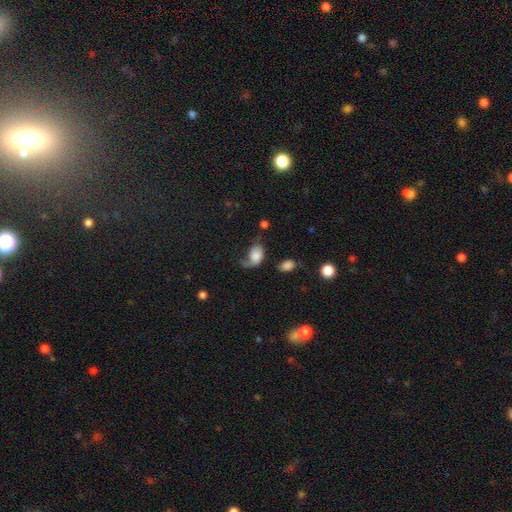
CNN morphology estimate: Overall: smooth (67%). How rounded: in between (83%). Merging: major disturbance (36%; minor disturbance 30%).